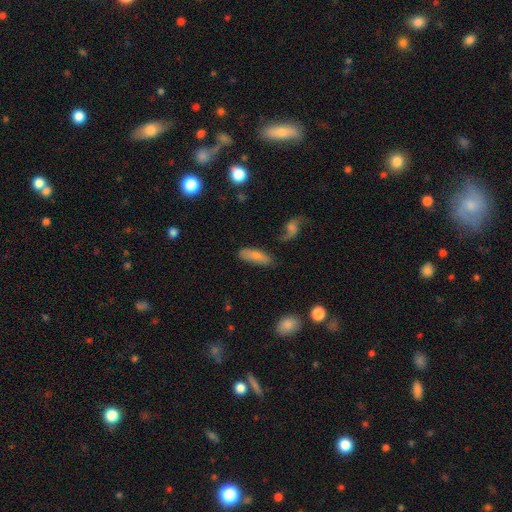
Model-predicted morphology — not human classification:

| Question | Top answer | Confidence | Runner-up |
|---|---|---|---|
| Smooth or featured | smooth | 69% | featured or disk (23%) |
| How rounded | in between | 68% | cigar-shaped (29%) |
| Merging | none | 61% | minor disturbance (24%) |